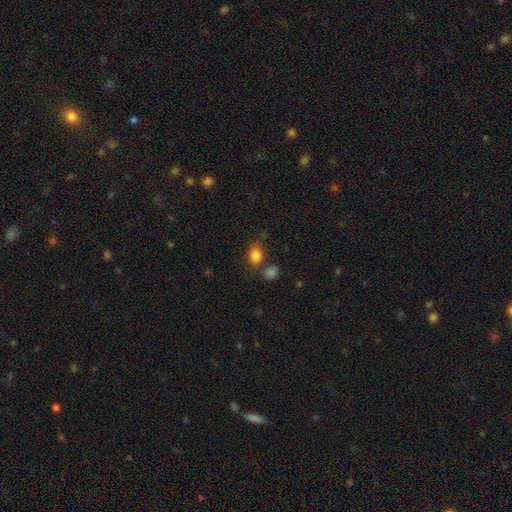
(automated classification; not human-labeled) Smooth or featured?
  - smooth: 84% *
  - star or artifact: 10%
  - featured or disk: 6%
How rounded?
  - in between: 66% *
  - round: 33%
  - cigar-shaped: 1%
Merging?
  - none: 69% *
  - minor disturbance: 14%
  - merger: 12%
  - major disturbance: 5%